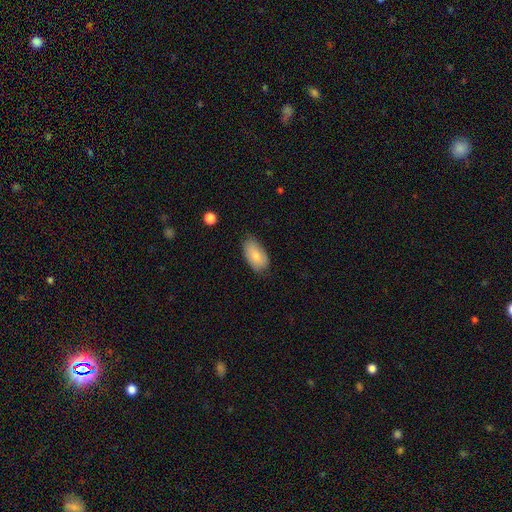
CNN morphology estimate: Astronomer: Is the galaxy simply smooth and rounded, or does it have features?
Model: smooth — 80%.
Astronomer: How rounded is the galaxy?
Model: in between — 94%.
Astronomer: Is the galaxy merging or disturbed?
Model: none — 68%.